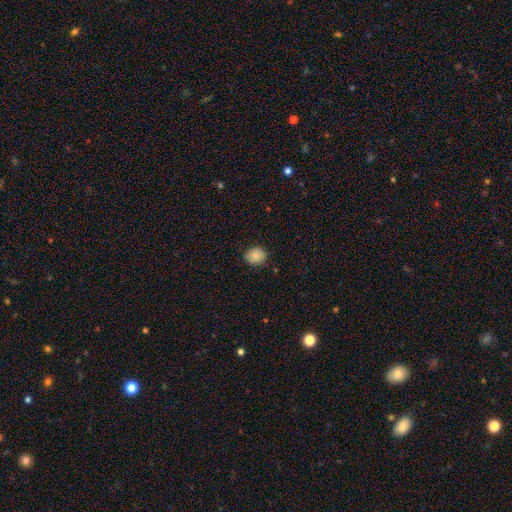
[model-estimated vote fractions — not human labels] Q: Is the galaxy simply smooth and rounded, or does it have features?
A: smooth — 86%.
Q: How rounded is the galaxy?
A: round — 62%.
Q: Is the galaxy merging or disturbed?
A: none — 84%.